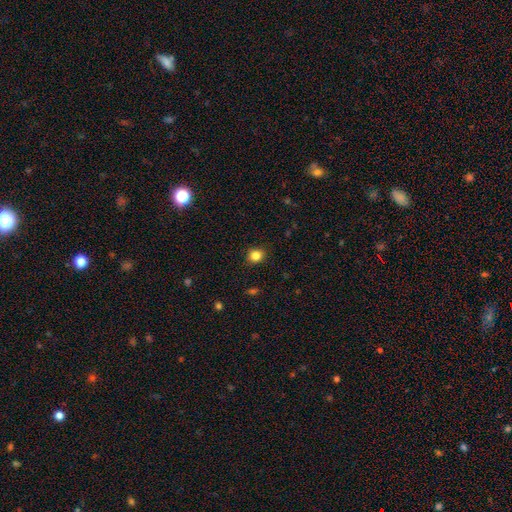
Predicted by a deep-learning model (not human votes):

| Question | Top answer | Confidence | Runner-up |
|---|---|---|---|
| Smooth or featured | smooth | 84% | star or artifact (12%) |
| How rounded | round | 79% | in between (20%) |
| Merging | none | 90% | minor disturbance (7%) |